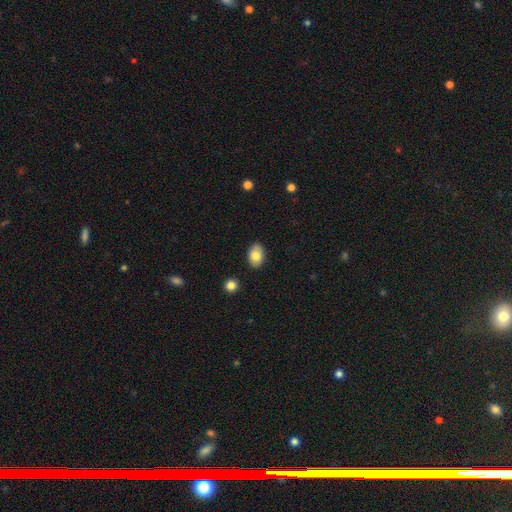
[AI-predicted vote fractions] smooth 79%, featured or disk 13%, star or artifact 7%. Down the decision tree: how rounded — in between (86%); merging — none (86%).